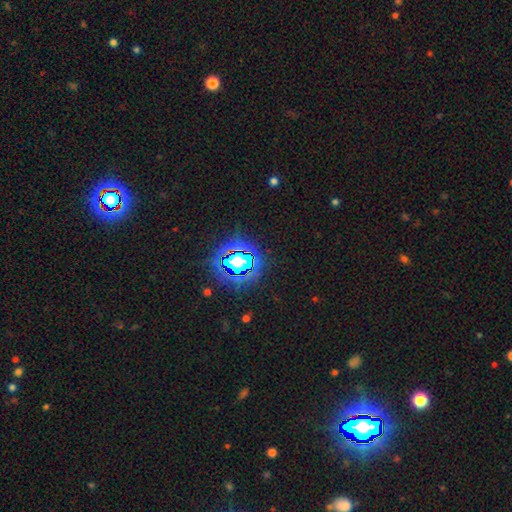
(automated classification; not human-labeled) Overall: star or artifact (83%).